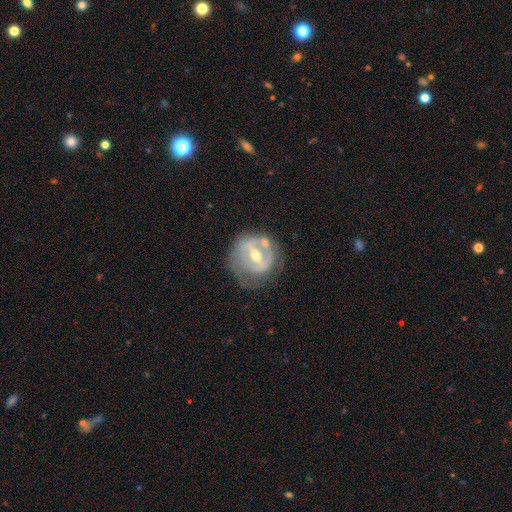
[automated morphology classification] featured or disk 77%, smooth 17%, star or artifact 7%. Down the decision tree: edge-on disk — no (95%); bar — strong (48%); spiral arms — yes (54%); bulge size — moderate (64%); merging — none (58%).